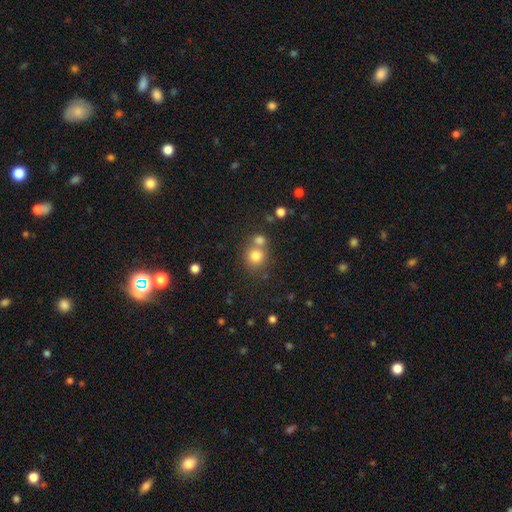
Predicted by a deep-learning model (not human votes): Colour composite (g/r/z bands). It shows a smooth galaxy with no disk features (78%) that is round (87%). Merging: none (54%).